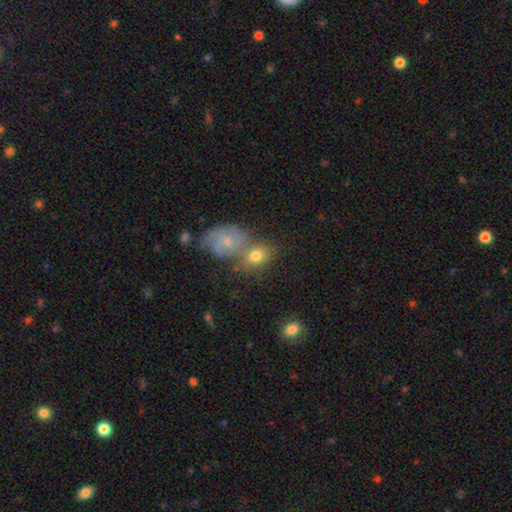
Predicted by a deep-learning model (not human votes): This is likely a smooth galaxy (65%). How rounded: possibly in between (56%). Merging: marginally merger (42%).